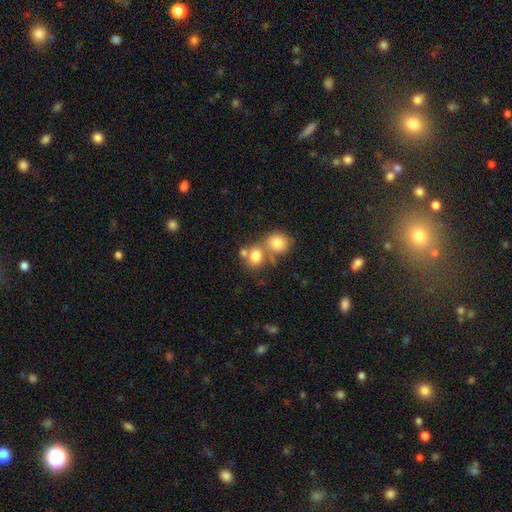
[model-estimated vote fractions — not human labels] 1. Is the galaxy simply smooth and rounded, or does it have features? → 77% smooth, 13% featured or disk, 10% star or artifact.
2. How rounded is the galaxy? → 61% round, 38% in between, 1% cigar-shaped.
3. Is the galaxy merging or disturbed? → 53% merger, 33% none, 9% minor disturbance, 5% major disturbance.